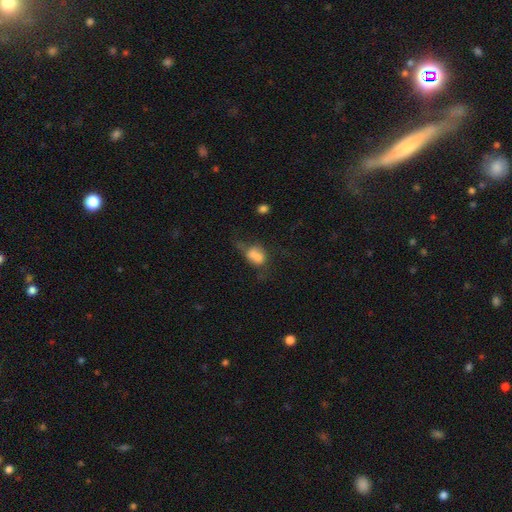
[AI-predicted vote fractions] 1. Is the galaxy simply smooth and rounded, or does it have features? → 68% smooth, 21% featured or disk, 11% star or artifact.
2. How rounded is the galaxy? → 74% in between, 23% round, 3% cigar-shaped.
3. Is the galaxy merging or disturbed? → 33% major disturbance, 24% minor disturbance, 23% none, 20% merger.